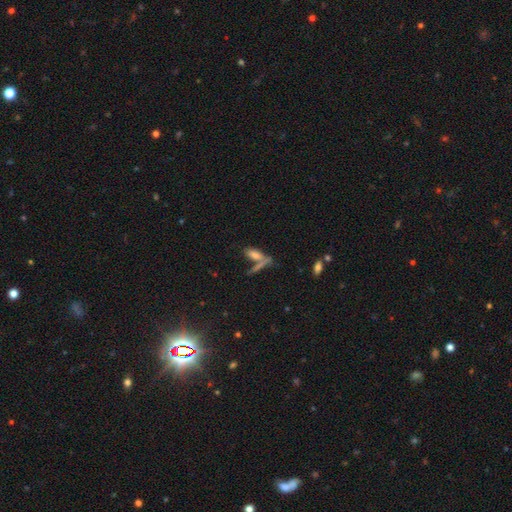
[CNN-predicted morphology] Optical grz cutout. It shows a smooth galaxy with no disk features (71%) that is in between round and cigar-shaped (58%). Merging: none (45%).